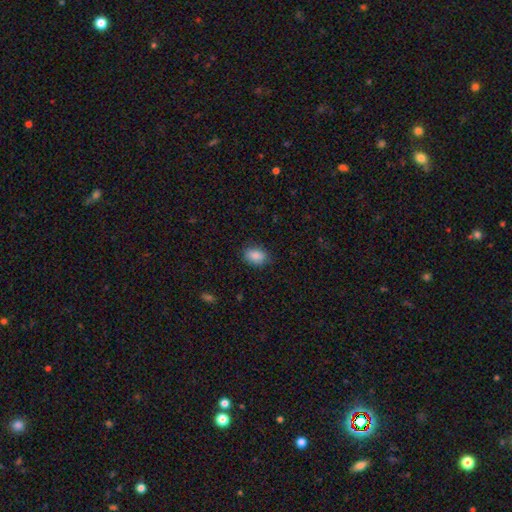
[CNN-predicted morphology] Q: Smooth or featured?
A: smooth (88%); runner-up: star or artifact (8%)
Q: How rounded?
A: in between (79%); runner-up: round (20%)
Q: Merging?
A: none (84%); runner-up: minor disturbance (12%)